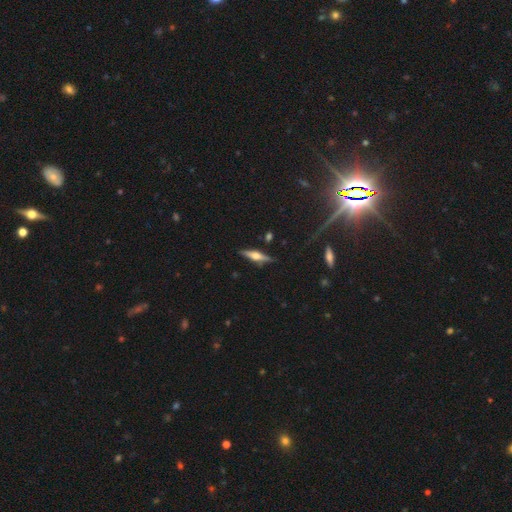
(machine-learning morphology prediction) Smooth or featured: featured or disk — 68% (smooth — 25%)
Edge-on disk: yes — 96% (no — 4%)
Edge-on bulge: rounded — 90% (boxy — 8%)
Merging: none — 86% (minor disturbance — 10%)